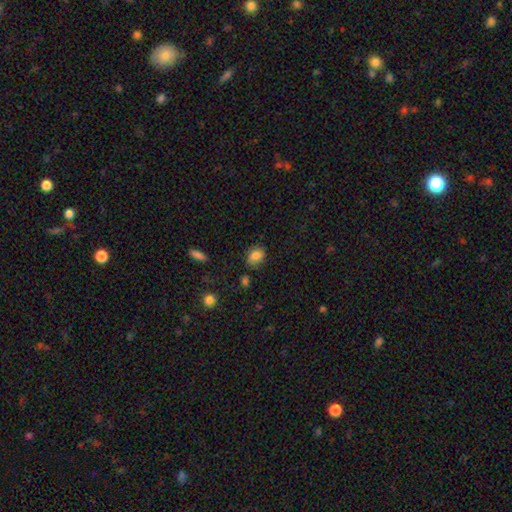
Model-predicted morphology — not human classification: Q: Smooth or featured?
A: smooth (84%); runner-up: star or artifact (9%)
Q: How rounded?
A: in between (67%); runner-up: round (31%)
Q: Merging?
A: none (72%); runner-up: minor disturbance (20%)